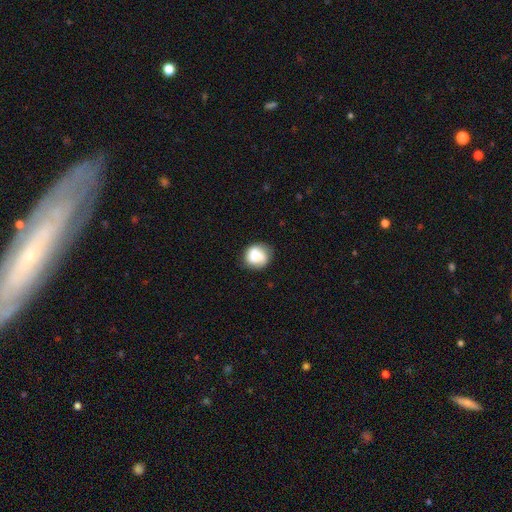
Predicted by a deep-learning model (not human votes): smooth-or-featured: smooth: 71% | featured or disk: 20% | star or artifact: 8%
  how-rounded: round: 78% | in between: 21% | cigar-shaped: 1%
  merging: none: 66% | minor disturbance: 22% | major disturbance: 7% | merger: 4%